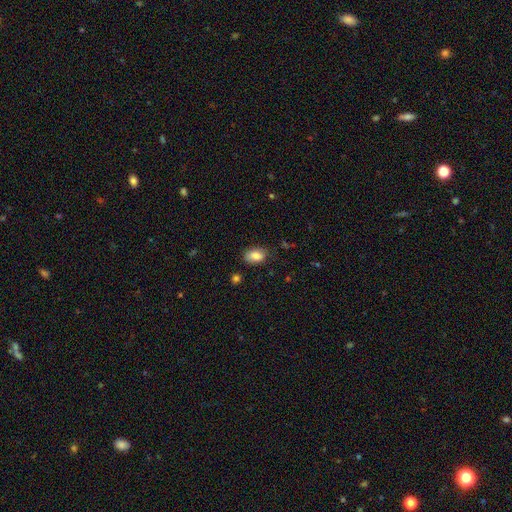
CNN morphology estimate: Q: Smooth or featured?
A: smooth (84%); runner-up: star or artifact (8%)
Q: How rounded?
A: in between (87%); runner-up: round (11%)
Q: Merging?
A: none (79%); runner-up: minor disturbance (16%)